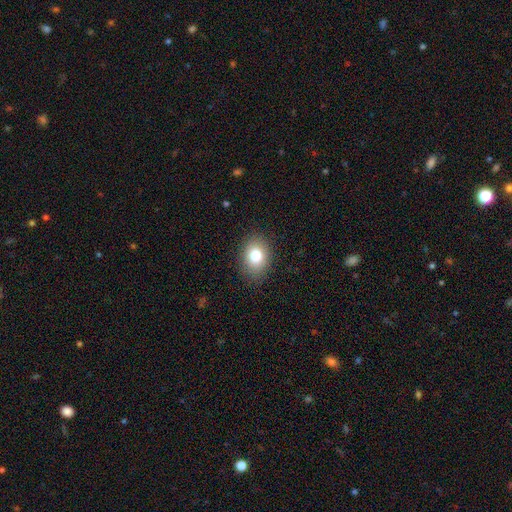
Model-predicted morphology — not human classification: smooth-or-featured: smooth: 80% | star or artifact: 10% | featured or disk: 10%
  how-rounded: in between: 66% | round: 33% | cigar-shaped: 1%
  merging: none: 86% | minor disturbance: 10% | major disturbance: 3% | merger: 1%